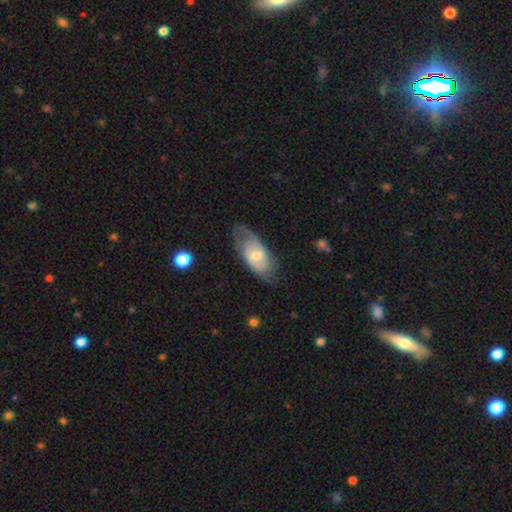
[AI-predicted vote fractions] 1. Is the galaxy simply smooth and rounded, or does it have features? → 58% featured or disk, 36% smooth, 6% star or artifact.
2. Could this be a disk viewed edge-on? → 89% no, 11% yes.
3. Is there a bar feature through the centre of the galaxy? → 57% no, 35% weak, 7% strong.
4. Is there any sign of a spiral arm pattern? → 78% yes, 22% no.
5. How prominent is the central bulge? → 49% moderate, 44% small, 4% large, 2% none, 1% dominant.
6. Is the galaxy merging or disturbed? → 60% none, 26% minor disturbance, 12% major disturbance, 2% merger.